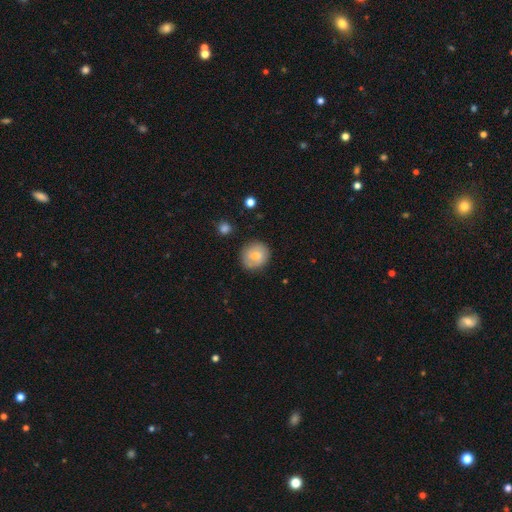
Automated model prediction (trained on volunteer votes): Smooth or featured?
  - smooth: 65% *
  - featured or disk: 27%
  - star or artifact: 7%
How rounded?
  - round: 85% *
  - in between: 14%
  - cigar-shaped: 1%
Merging?
  - none: 83% *
  - minor disturbance: 12%
  - major disturbance: 3%
  - merger: 2%